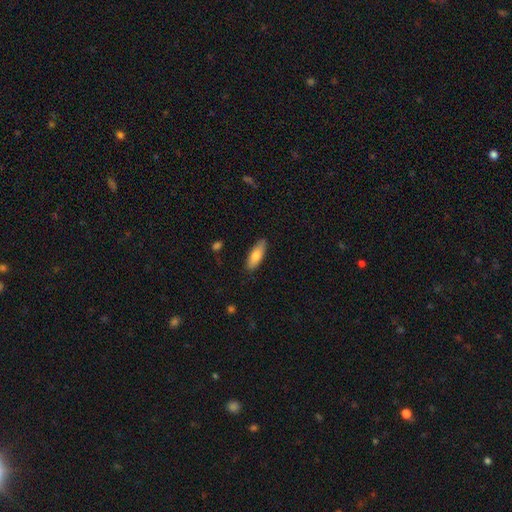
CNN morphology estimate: smooth-or-featured: smooth: 80% | featured or disk: 14% | star or artifact: 6%
  how-rounded: in between: 61% | cigar-shaped: 37% | round: 2%
  merging: none: 86% | minor disturbance: 11% | major disturbance: 2% | merger: 1%